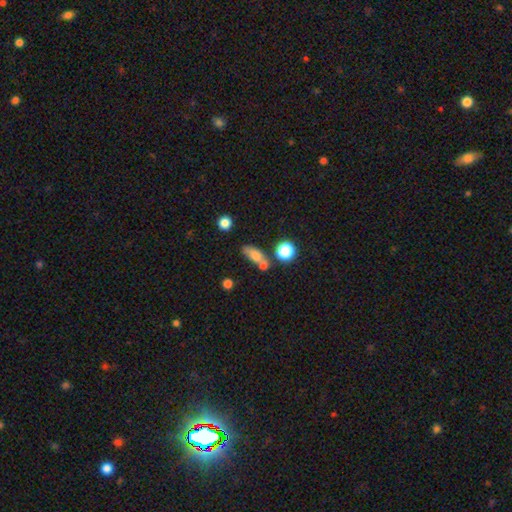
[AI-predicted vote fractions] smooth_or_featured: smooth (p=0.73) [alt: featured or disk p=0.15]
how_rounded: in between (p=0.66) [alt: cigar-shaped p=0.19]
merging: none (p=0.48) [alt: merger p=0.29]